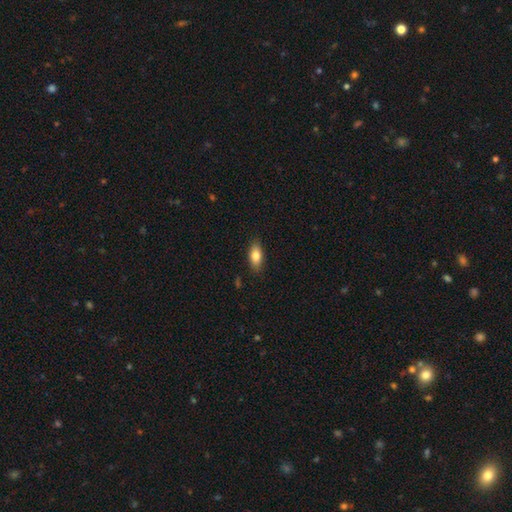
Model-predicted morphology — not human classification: The model was most divided on "smooth or featured": smooth: 81%, featured or disk: 12%, star or artifact: 7%. More confident: merging — none (86%); how rounded — in between (85%).